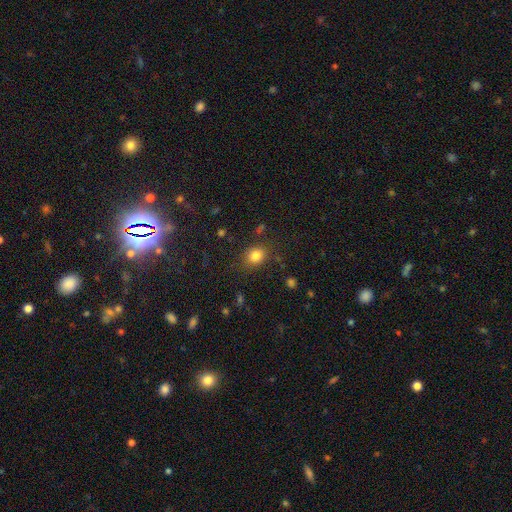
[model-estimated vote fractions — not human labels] This appears to be a smooth galaxy with no disk features (82%) that is round (63%). Merging: none (81%).